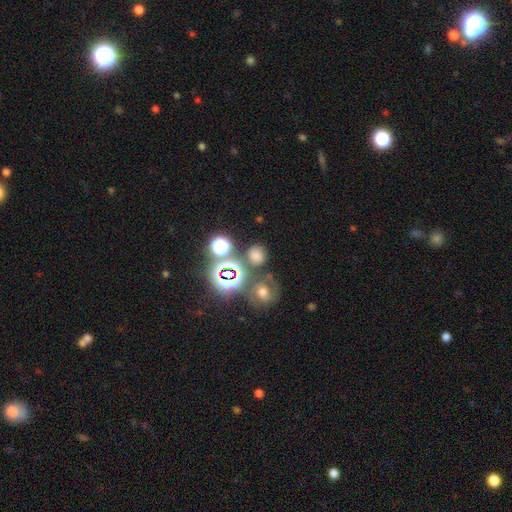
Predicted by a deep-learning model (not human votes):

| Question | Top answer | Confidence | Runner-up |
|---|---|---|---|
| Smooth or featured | smooth | 62% | star or artifact (28%) |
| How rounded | round | 76% | in between (22%) |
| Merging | none | 70% | minor disturbance (12%) |